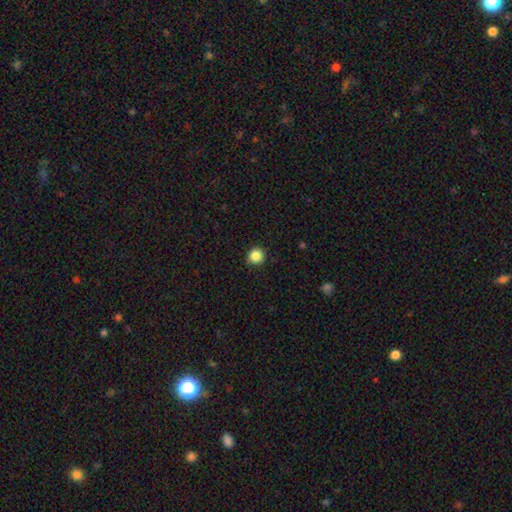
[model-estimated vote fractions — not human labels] This appears to be a smooth galaxy with no disk features (87%) that is round (93%). Merging: none (90%).